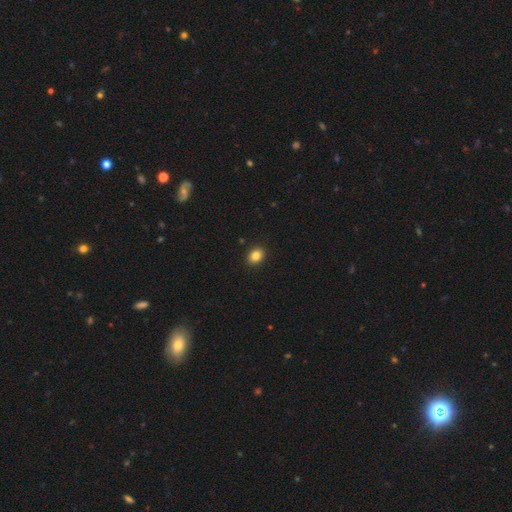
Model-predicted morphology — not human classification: A smooth galaxy with no disk features (85%) that is in between round and cigar-shaped (50%).

Vote fractions:
- Smooth or featured? smooth: 85% / star or artifact: 10% / featured or disk: 5%
- How rounded? in between: 50% / round: 49% / cigar-shaped: 1%
- Merging? none: 91% / minor disturbance: 6% / major disturbance: 2% / merger: 1%